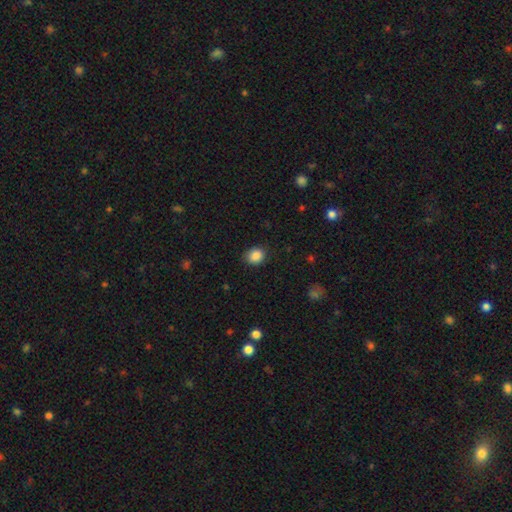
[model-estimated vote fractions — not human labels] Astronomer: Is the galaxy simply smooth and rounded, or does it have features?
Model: smooth — 87%.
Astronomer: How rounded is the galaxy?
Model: round — 69%.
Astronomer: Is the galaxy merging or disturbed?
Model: none — 84%.